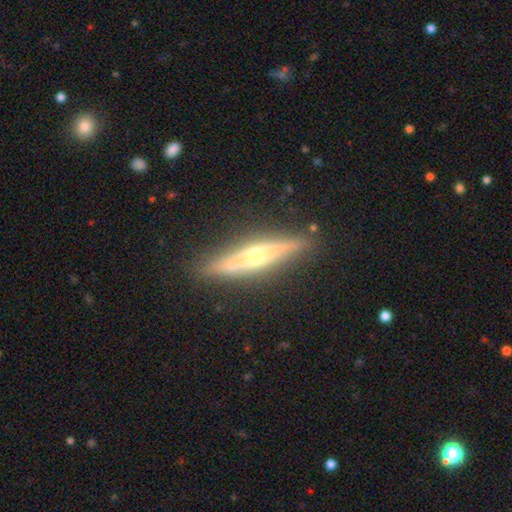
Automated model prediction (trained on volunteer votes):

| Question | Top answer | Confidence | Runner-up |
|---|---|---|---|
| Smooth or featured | featured or disk | 70% | smooth (24%) |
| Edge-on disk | yes | 94% | no (6%) |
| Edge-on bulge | rounded | 81% | none (12%) |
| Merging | none | 87% | minor disturbance (10%) |